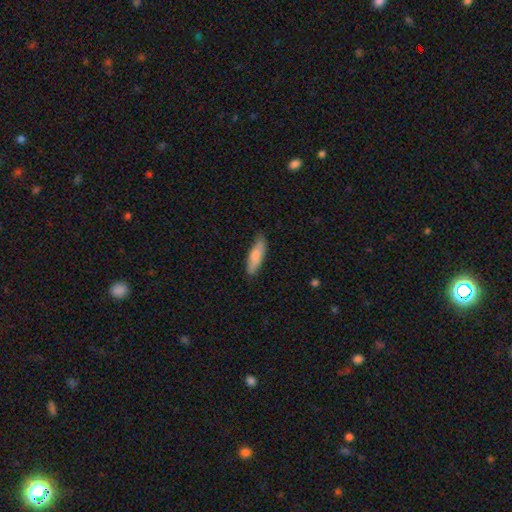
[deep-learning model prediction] This appears to be a smooth galaxy with no disk features (79%) that is cigar-shaped (55%). Merging: none (79%).